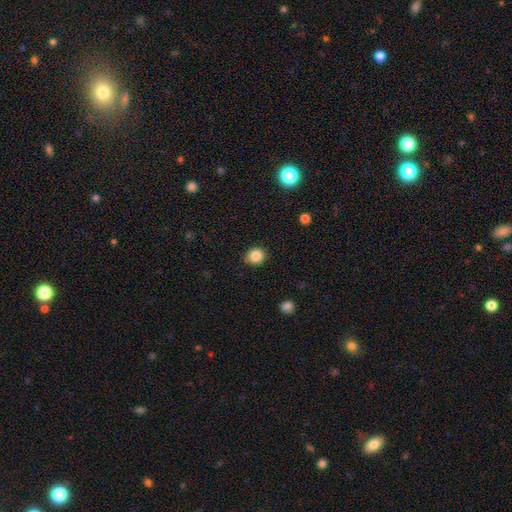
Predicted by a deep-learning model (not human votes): A smooth galaxy with no disk features (86%) that is round (87%).

Vote fractions:
- Smooth or featured? smooth: 86% / star or artifact: 10% / featured or disk: 4%
- How rounded? round: 87% / in between: 12% / cigar-shaped: 1%
- Merging? none: 88% / minor disturbance: 9% / major disturbance: 2% / merger: 1%